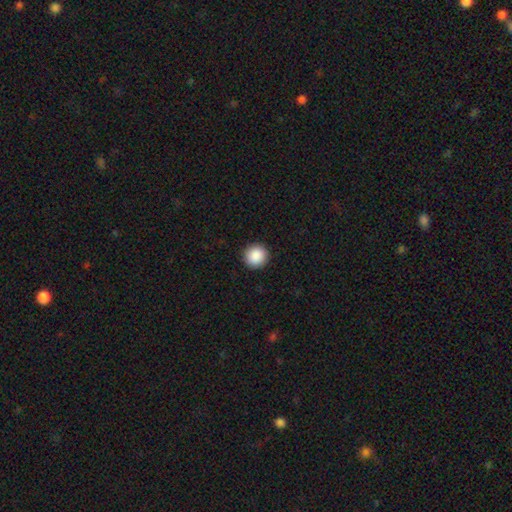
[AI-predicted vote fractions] This appears to be a smooth galaxy with no disk features (89%) that is round (95%). Merging: none (93%).